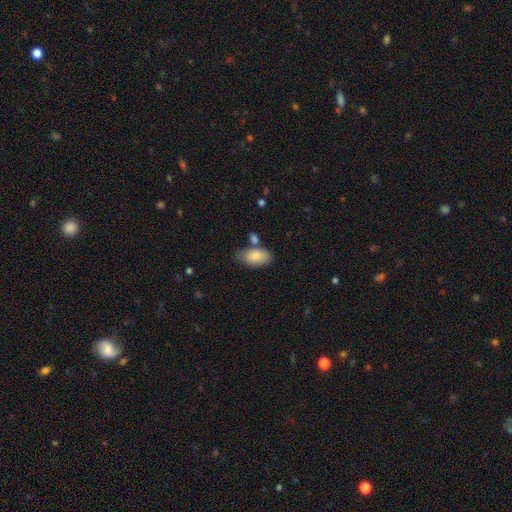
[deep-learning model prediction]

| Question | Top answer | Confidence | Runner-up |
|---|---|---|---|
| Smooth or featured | smooth | 85% | featured or disk (9%) |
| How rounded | in between | 94% | round (4%) |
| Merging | none | 62% | minor disturbance (20%) |